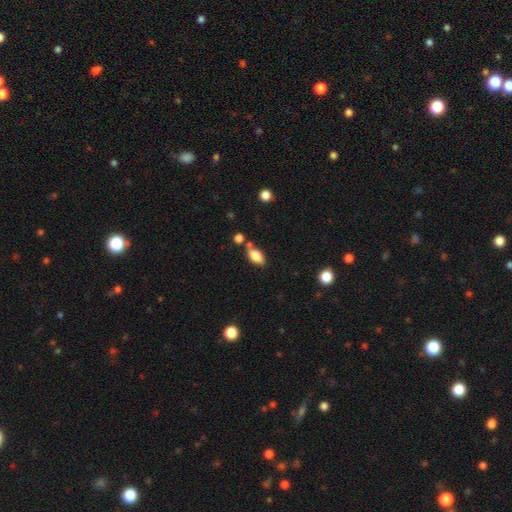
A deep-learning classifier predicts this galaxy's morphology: Smooth or featured? smooth (79%)
How rounded? in between (89%)
Merging? none (64%)